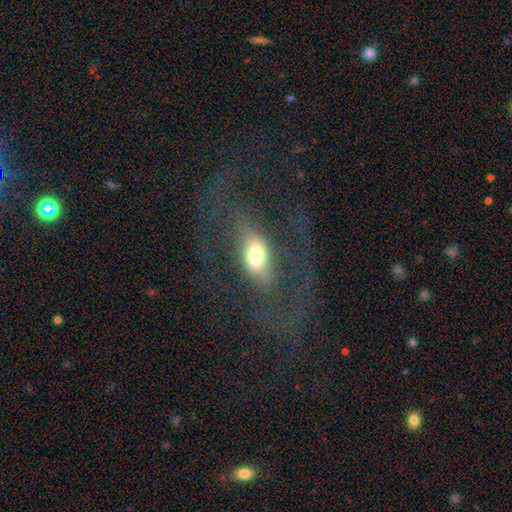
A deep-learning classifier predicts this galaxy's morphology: Smooth or featured? smooth (51%)
How rounded? in between (74%)
Merging? none (55%)